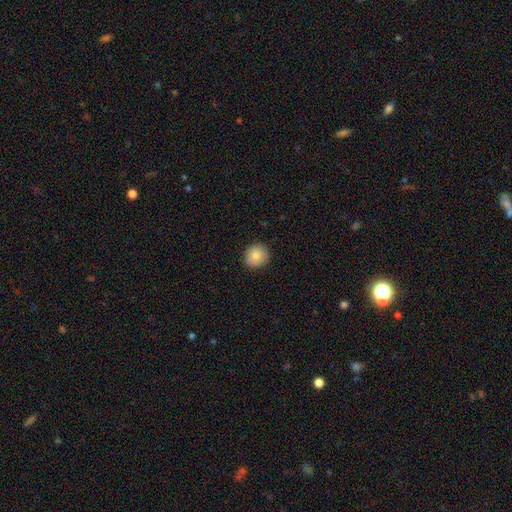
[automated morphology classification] type=smooth (82%); roundness=round (87%); merging=none (90%).